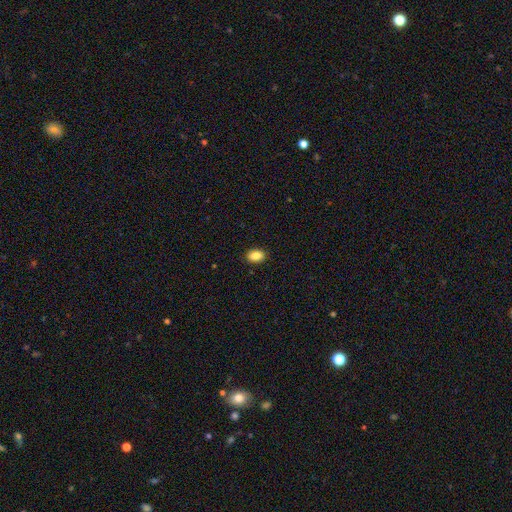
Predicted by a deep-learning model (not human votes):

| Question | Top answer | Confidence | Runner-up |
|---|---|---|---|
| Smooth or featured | smooth | 87% | star or artifact (8%) |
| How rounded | in between | 83% | round (15%) |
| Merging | none | 90% | minor disturbance (8%) |